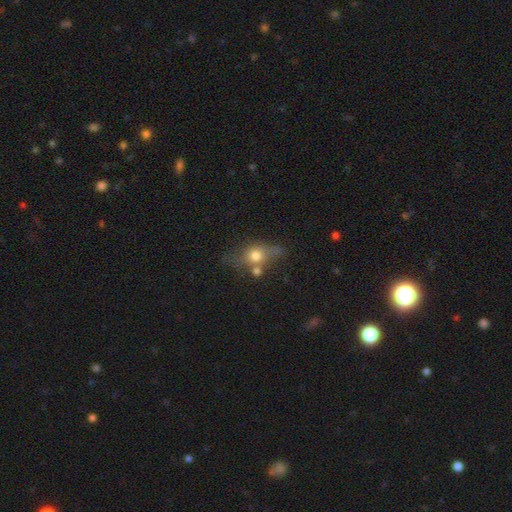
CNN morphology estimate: Smooth or featured? smooth (57%)
How rounded? in between (48%)
Merging? none (45%)